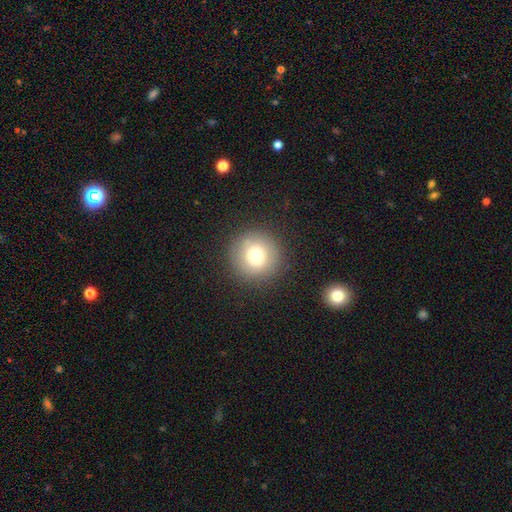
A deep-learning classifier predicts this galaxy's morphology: This is likely a smooth galaxy (72%). How rounded: clearly round (95%). Merging: clearly none (88%).